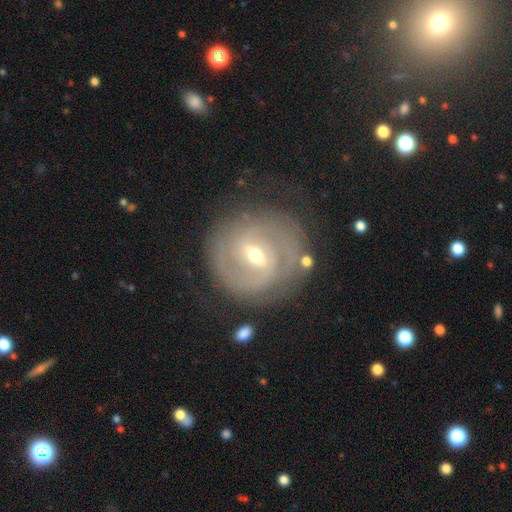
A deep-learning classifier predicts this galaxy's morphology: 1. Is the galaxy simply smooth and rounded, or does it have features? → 83% featured or disk, 10% smooth, 6% star or artifact.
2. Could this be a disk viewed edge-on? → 97% no, 3% yes.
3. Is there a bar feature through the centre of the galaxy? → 54% weak, 29% strong, 16% no.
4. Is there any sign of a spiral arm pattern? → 91% yes, 9% no.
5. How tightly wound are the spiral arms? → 65% tight, 27% medium, 8% loose.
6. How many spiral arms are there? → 55% 2, 24% can't tell, 11% 3, 4% 4, 4% 1, 3% more than 4.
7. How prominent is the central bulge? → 51% moderate, 46% small, 2% large, 1% none, 1% dominant.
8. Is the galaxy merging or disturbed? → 77% none, 14% minor disturbance, 7% major disturbance, 2% merger.